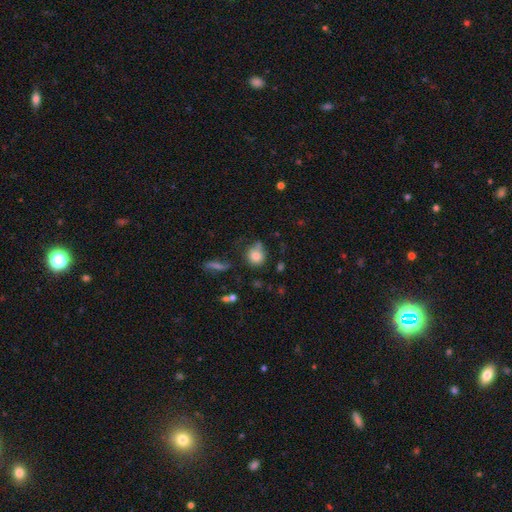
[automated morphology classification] Smooth or featured: smooth — 80% (star or artifact — 11%)
How rounded: round — 79% (in between — 19%)
Merging: none — 58% (minor disturbance — 24%)